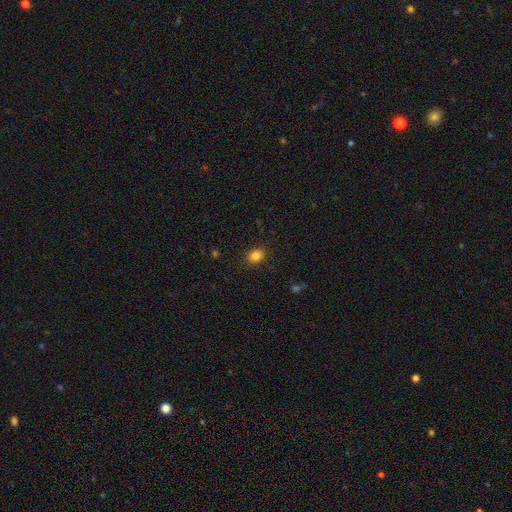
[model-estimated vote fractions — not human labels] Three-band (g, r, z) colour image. It shows a smooth galaxy with no disk features (85%) that is in between round and cigar-shaped (53%). Merging: none (88%).